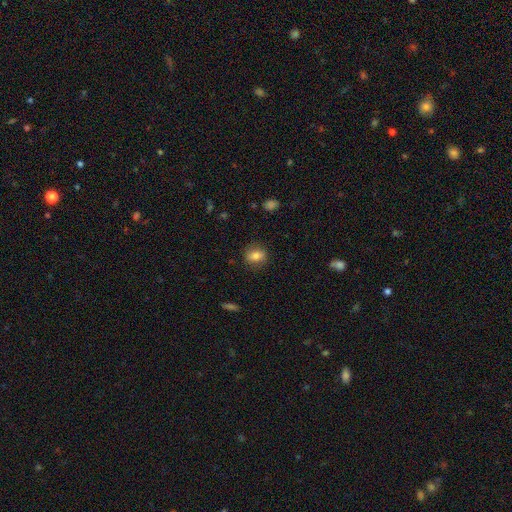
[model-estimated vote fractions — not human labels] smooth_or_featured: smooth (p=0.74) [alt: featured or disk p=0.17]
how_rounded: in between (p=0.51) [alt: round p=0.47]
merging: none (p=0.81) [alt: minor disturbance p=0.14]